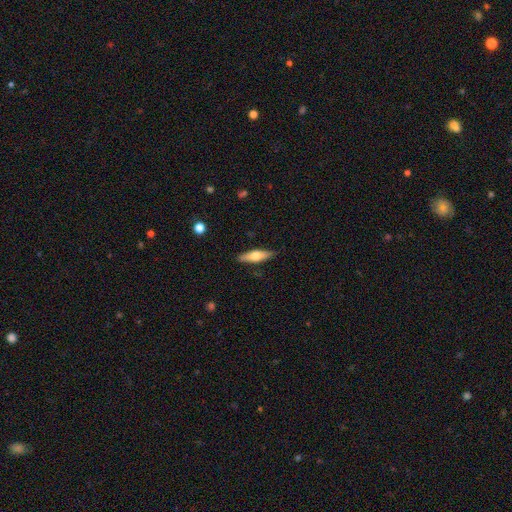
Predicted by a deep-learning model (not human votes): The model was most divided on "smooth or featured": smooth: 56%, featured or disk: 38%, star or artifact: 6%. More confident: merging — none (87%); how rounded — cigar-shaped (66%).